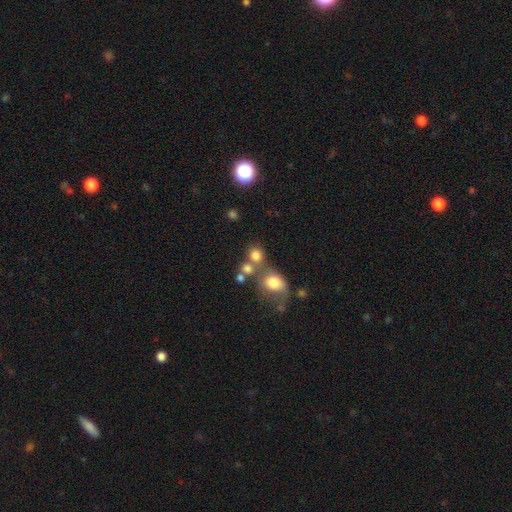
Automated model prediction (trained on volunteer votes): This appears to be a smooth galaxy with no disk features (77%) that is round (77%). Merging: none (47%).